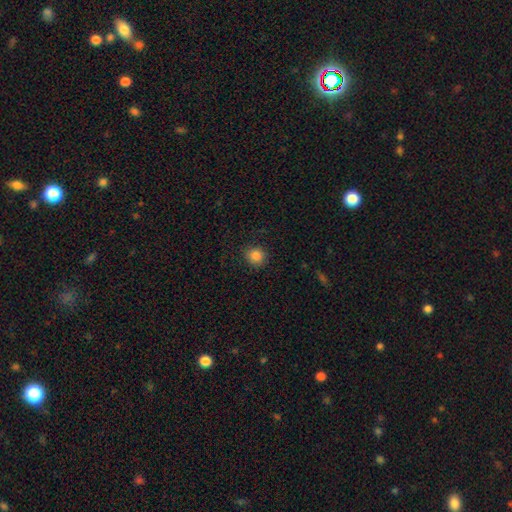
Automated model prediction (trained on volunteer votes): Morphology: type=smooth (85%); roundness=round (87%); merging=none (87%).